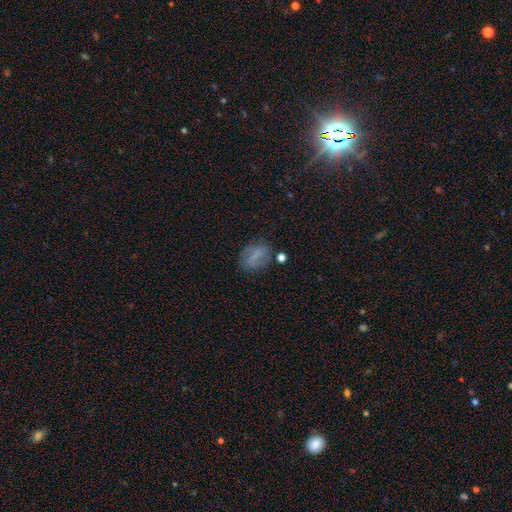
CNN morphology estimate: smooth_or_featured: smooth (p=0.60) [alt: featured or disk p=0.27]
how_rounded: in between (p=0.64) [alt: round p=0.30]
merging: none (p=0.69) [alt: minor disturbance p=0.18]